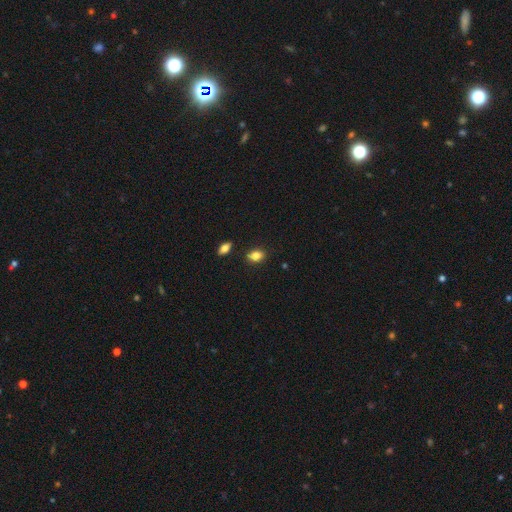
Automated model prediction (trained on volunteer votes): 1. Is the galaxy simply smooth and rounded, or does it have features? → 83% smooth, 9% star or artifact, 7% featured or disk.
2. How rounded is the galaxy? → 77% in between, 21% round, 2% cigar-shaped.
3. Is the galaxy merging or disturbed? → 85% none, 9% minor disturbance, 3% merger, 2% major disturbance.